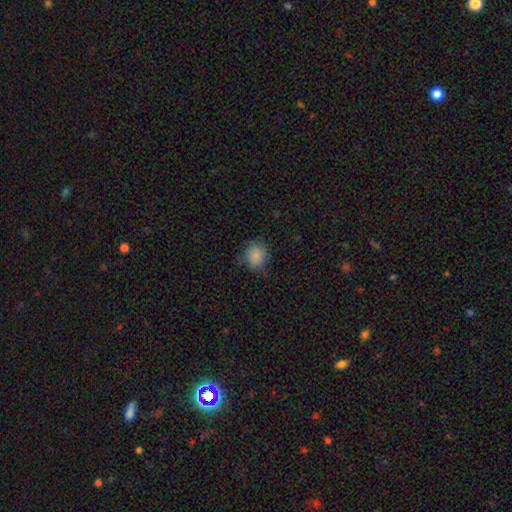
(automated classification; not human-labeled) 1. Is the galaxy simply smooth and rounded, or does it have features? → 85% smooth, 10% star or artifact, 5% featured or disk.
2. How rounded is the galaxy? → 77% round, 22% in between, 1% cigar-shaped.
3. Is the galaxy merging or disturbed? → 75% none, 19% minor disturbance, 5% major disturbance, 1% merger.